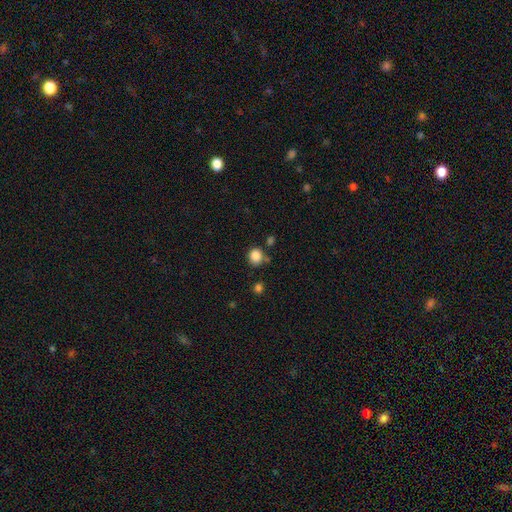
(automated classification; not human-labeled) smooth_or_featured: smooth (p=0.86) [alt: star or artifact p=0.11]
how_rounded: round (p=0.82) [alt: in between p=0.17]
merging: none (p=0.74) [alt: minor disturbance p=0.14]